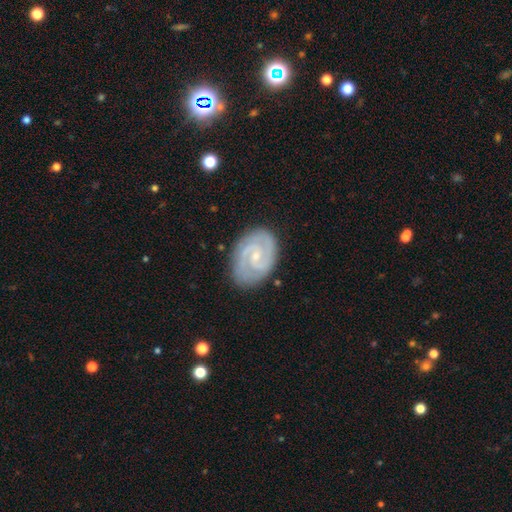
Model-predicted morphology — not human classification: Smooth or featured: featured or disk — 90% (smooth — 5%)
Edge-on disk: no — 98% (yes — 2%)
Bar: no — 49% (weak — 41%)
Spiral arms: yes — 98% (no — 2%)
Spiral winding: tight — 57% (medium — 37%)
Spiral arm count: 2 — 86% (3 — 6%)
Bulge size: small — 77% (moderate — 19%)
Merging: none — 84% (minor disturbance — 12%)